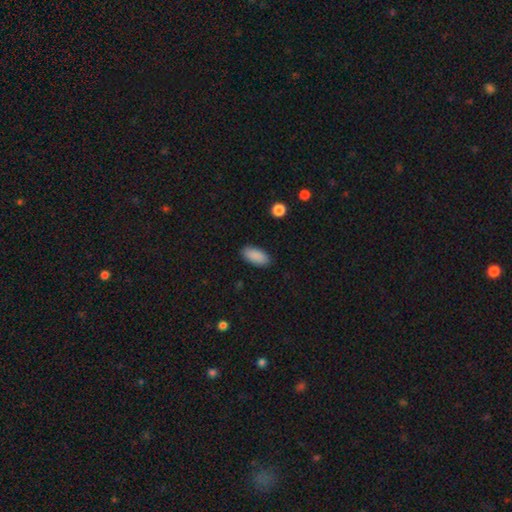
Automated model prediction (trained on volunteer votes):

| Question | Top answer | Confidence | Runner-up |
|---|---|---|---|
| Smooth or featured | smooth | 90% | star or artifact (6%) |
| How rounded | in between | 91% | cigar-shaped (7%) |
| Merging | none | 88% | minor disturbance (9%) |